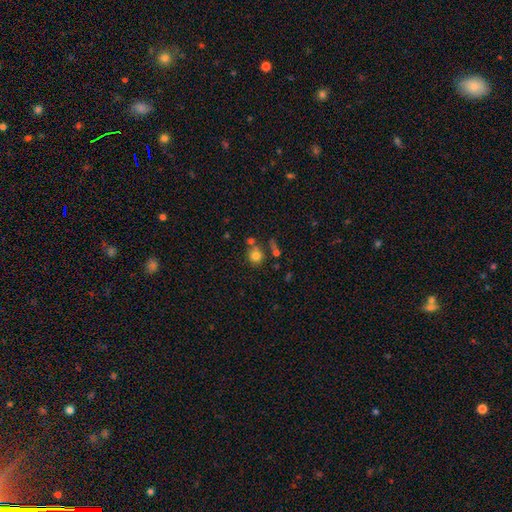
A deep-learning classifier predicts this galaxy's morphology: A smooth galaxy with no disk features (78%) that is round (84%).

Vote fractions:
- Smooth or featured? smooth: 78% / star or artifact: 12% / featured or disk: 9%
- How rounded? round: 84% / in between: 15% / cigar-shaped: 1%
- Merging? none: 60% / merger: 20% / minor disturbance: 13% / major disturbance: 6%